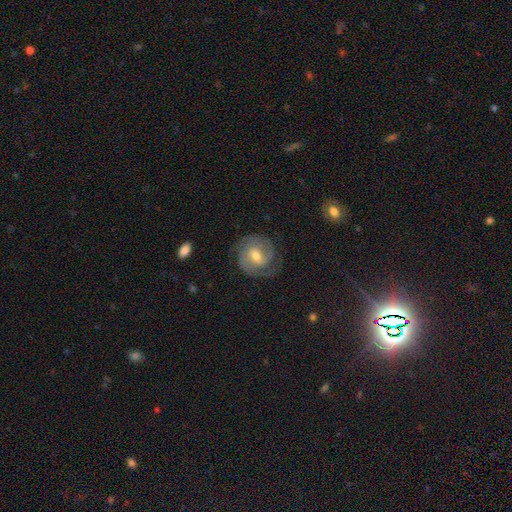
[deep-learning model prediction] smooth-or-featured: featured or disk: 79% | smooth: 16% | star or artifact: 5%
  disk-edge-on: no: 97% | yes: 3%
    bar: weak: 55% | no: 28% | strong: 18%
    has-spiral-arms: yes: 94% | no: 6%
      spiral-winding: tight: 51% | medium: 38% | loose: 10%
      spiral-arm-count: 2: 72% | can't tell: 12% | 3: 7% | 1: 5% | 4: 2% | more than 4: 2%
    bulge-size: moderate: 66% | small: 28% | large: 4% | none: 1% | dominant: 1%
  merging: none: 75% | minor disturbance: 16% | major disturbance: 8% | merger: 1%